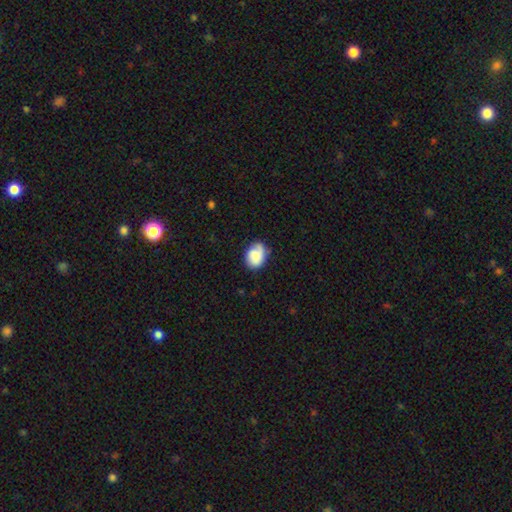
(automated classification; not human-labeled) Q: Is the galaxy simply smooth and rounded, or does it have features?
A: smooth — 70%.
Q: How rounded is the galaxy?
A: in between — 62%.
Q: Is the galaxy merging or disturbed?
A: none — 64%.